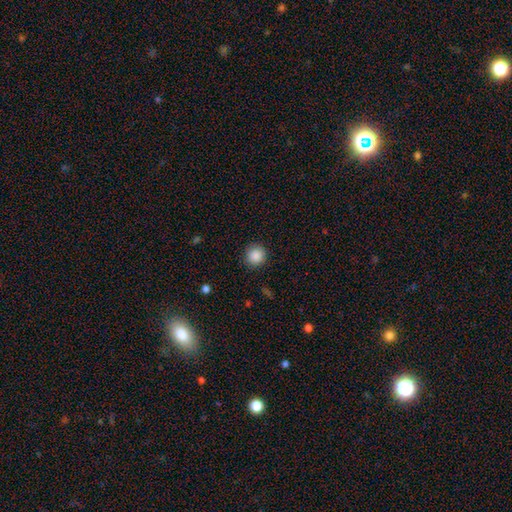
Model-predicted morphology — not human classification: A smooth galaxy with no disk features (88%) that is round (94%).

Vote fractions:
- Smooth or featured? smooth: 88% / star or artifact: 9% / featured or disk: 3%
- How rounded? round: 94% / in between: 5% / cigar-shaped: 1%
- Merging? none: 90% / minor disturbance: 7% / major disturbance: 2% / merger: 1%